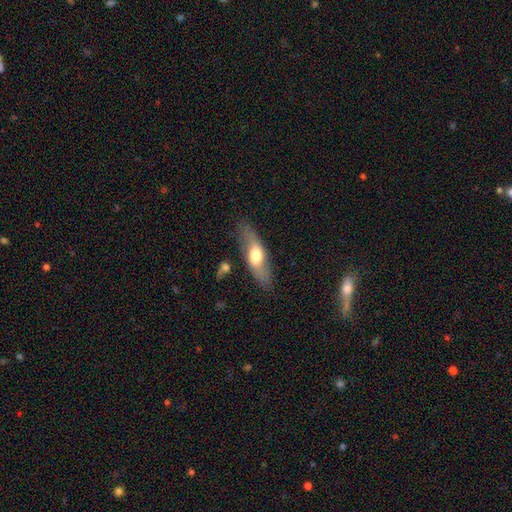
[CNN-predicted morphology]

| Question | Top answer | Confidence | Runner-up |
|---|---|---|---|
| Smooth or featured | smooth | 53% | featured or disk (41%) |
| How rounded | in between | 56% | cigar-shaped (40%) |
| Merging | none | 77% | minor disturbance (15%) |